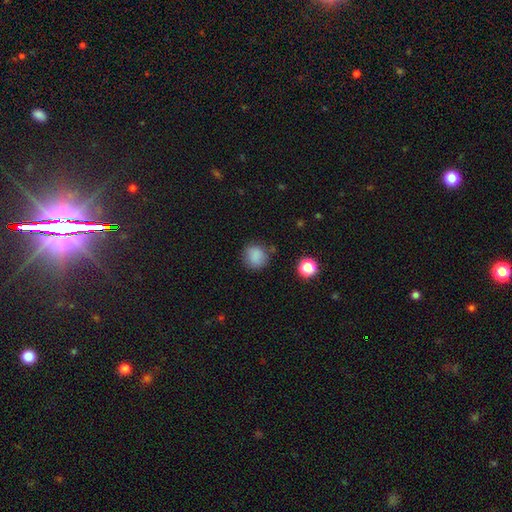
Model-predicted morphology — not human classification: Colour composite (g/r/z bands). It shows a smooth galaxy with no disk features (84%) that is round (84%). Merging: none (78%).